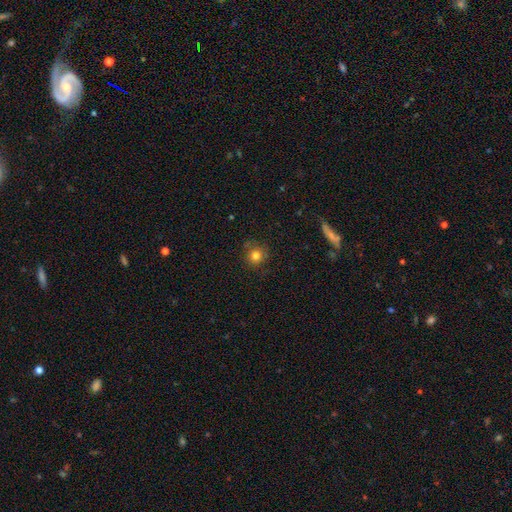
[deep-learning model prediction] Smooth or featured?
  - smooth: 80% *
  - star or artifact: 13%
  - featured or disk: 7%
How rounded?
  - round: 92% *
  - in between: 7%
  - cigar-shaped: 1%
Merging?
  - none: 83% *
  - minor disturbance: 12%
  - major disturbance: 3%
  - merger: 2%